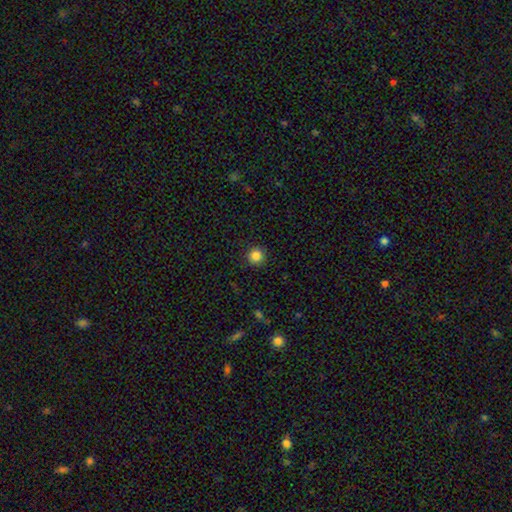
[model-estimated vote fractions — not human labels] The model was most divided on "smooth or featured": smooth: 85%, star or artifact: 11%, featured or disk: 4%. More confident: how rounded — round (95%); merging — none (92%).